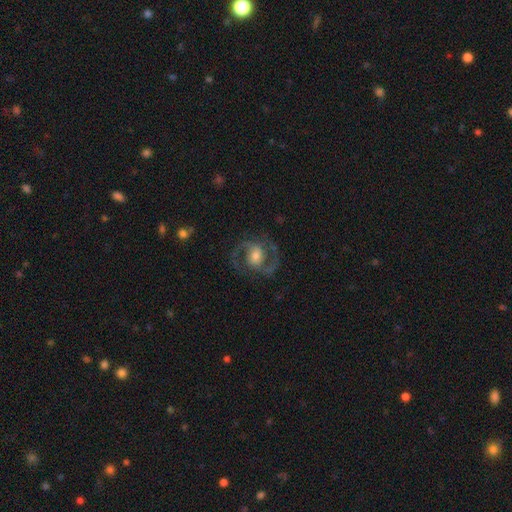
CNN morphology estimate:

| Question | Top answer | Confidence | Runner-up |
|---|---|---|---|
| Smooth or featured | featured or disk | 88% | smooth (7%) |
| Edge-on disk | no | 98% | yes (2%) |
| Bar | weak | 41% | tied: no (41%) |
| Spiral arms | yes | 96% | no (4%) |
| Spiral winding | medium | 64% | tight (20%) |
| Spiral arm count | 2 | 93% | can't tell (2%) |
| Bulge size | moderate | 57% | small (27%) |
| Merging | none | 79% | minor disturbance (12%) |